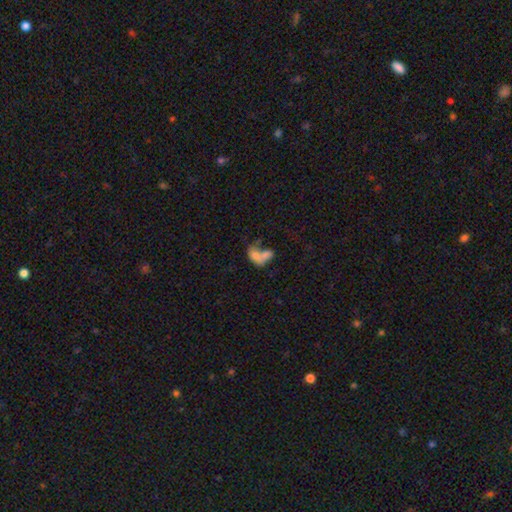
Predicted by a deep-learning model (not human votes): The model was most divided on "smooth or featured": smooth: 67%, featured or disk: 22%, star or artifact: 11%. More confident: how rounded — in between (84%); merging — merger (65%).